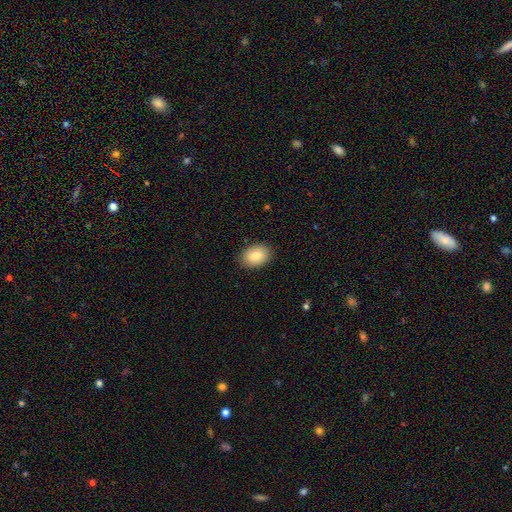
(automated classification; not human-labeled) A smooth galaxy with no disk features (85%) that is in between round and cigar-shaped (82%).

Vote fractions:
- Smooth or featured? smooth: 85% / featured or disk: 9% / star or artifact: 7%
- How rounded? in between: 82% / round: 17% / cigar-shaped: 1%
- Merging? none: 88% / minor disturbance: 9% / major disturbance: 2% / merger: 1%